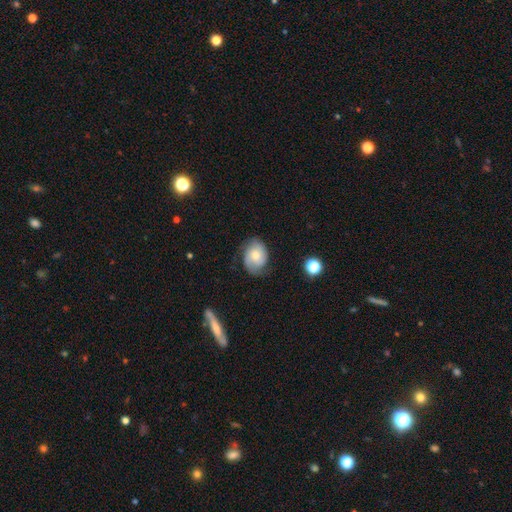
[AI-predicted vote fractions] featured or disk 52%, smooth 40%, star or artifact 8%. Down the decision tree: edge-on disk — no (96%); bar — no (70%); spiral arms — yes (87%); bulge size — moderate (55%); merging — none (66%).